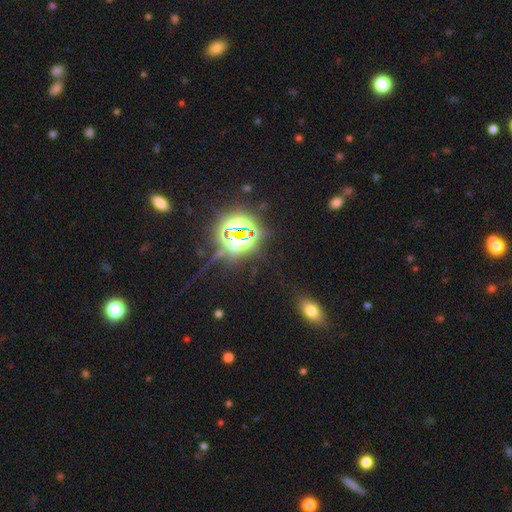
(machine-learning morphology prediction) A star or artifact, not a galaxy (79%).

Vote fractions:
- Smooth or featured? star or artifact: 79% / smooth: 14% / featured or disk: 7%